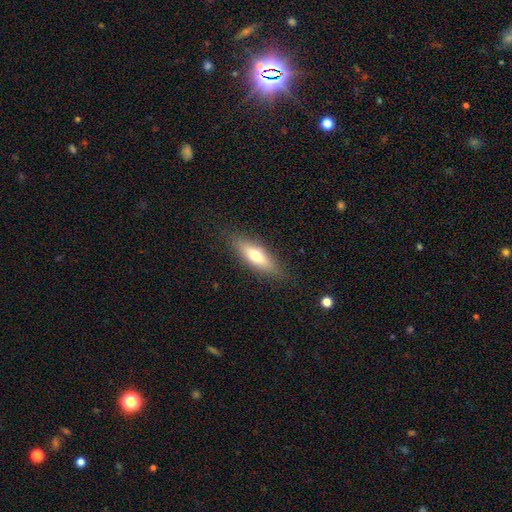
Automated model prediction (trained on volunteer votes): smooth_or_featured: smooth (p=0.61) [alt: featured or disk p=0.32]
how_rounded: in between (p=0.50) [alt: cigar-shaped p=0.48]
merging: none (p=0.85) [alt: minor disturbance p=0.11]